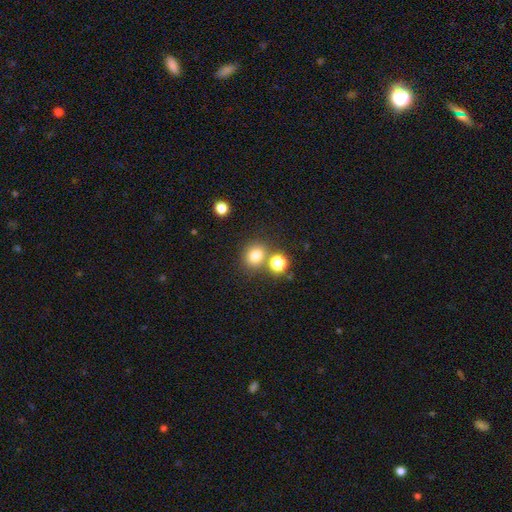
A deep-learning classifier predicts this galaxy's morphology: The model was most divided on "merging": none: 68%, merger: 20%, minor disturbance: 9%, major disturbance: 3%. More confident: smooth or featured — smooth (78%); how rounded — round (77%).